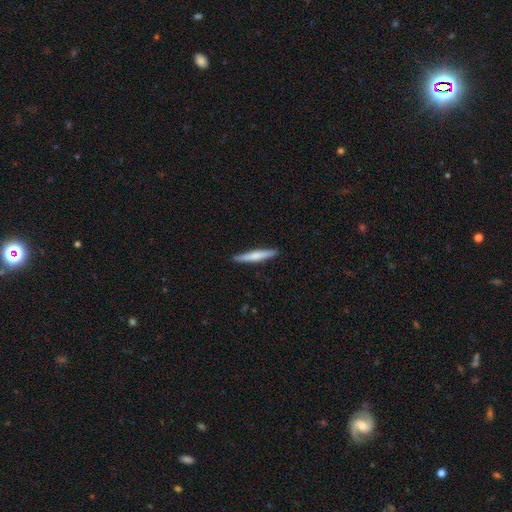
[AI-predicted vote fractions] Smooth or featured? smooth (58%)
How rounded? cigar-shaped (94%)
Merging? none (91%)